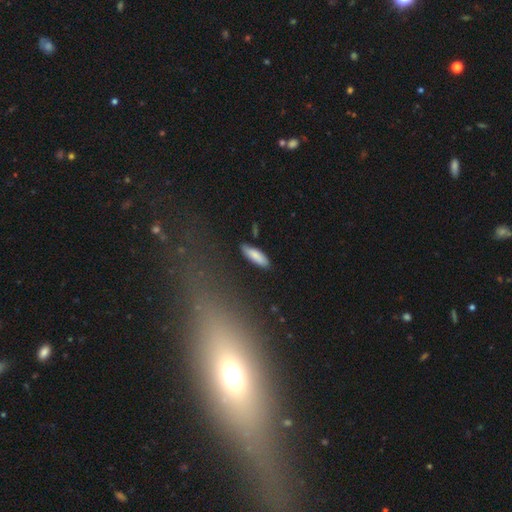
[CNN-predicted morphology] This appears to be a smooth galaxy with no disk features (83%) that is cigar-shaped (54%). Merging: none (84%).